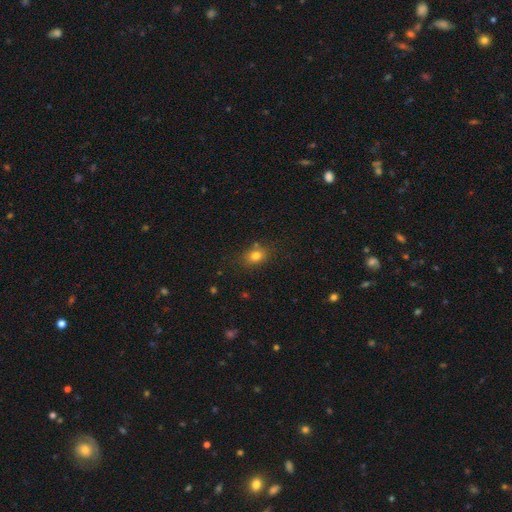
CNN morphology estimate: A smooth galaxy with no disk features (79%) that is in between round and cigar-shaped (65%). Merging: none (77%).